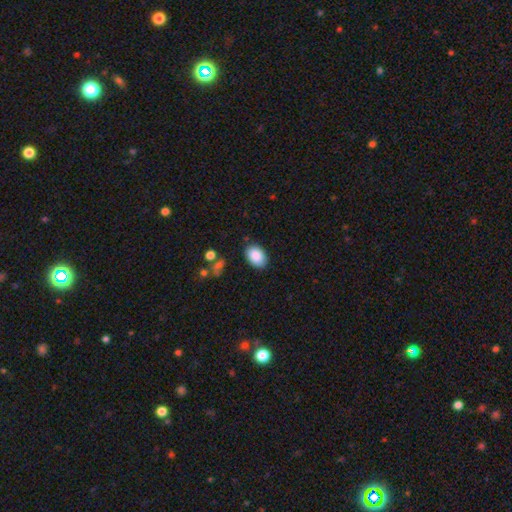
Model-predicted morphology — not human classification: Q: Smooth or featured?
A: smooth (88%); runner-up: star or artifact (7%)
Q: How rounded?
A: in between (85%); runner-up: round (14%)
Q: Merging?
A: none (83%); runner-up: minor disturbance (12%)